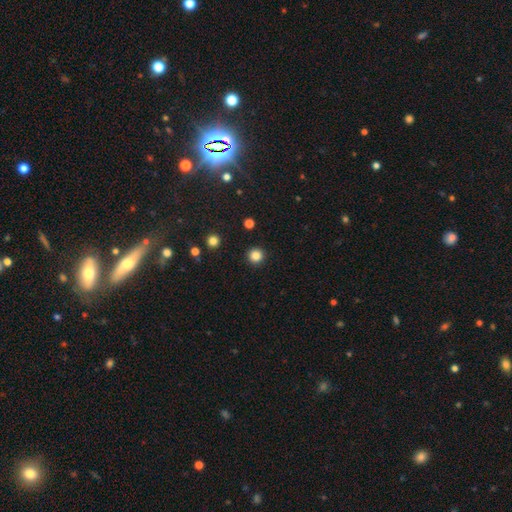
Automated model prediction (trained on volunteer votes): Q: Smooth or featured?
A: smooth (84%); runner-up: star or artifact (13%)
Q: How rounded?
A: round (96%); runner-up: in between (3%)
Q: Merging?
A: none (93%); runner-up: minor disturbance (4%)